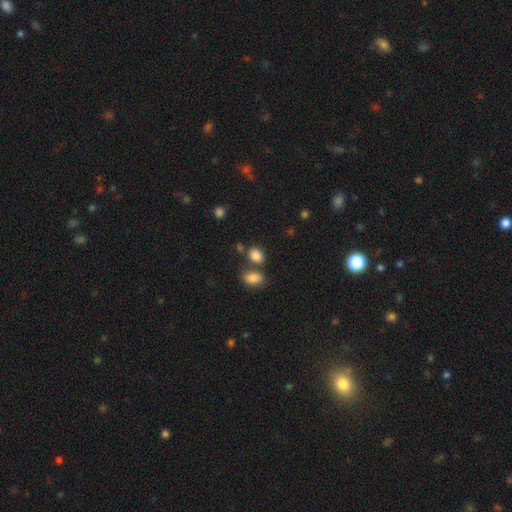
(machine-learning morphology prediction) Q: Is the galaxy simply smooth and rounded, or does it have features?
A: smooth — 85%.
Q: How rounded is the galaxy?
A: in between — 68%.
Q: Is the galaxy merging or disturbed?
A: none — 60%.